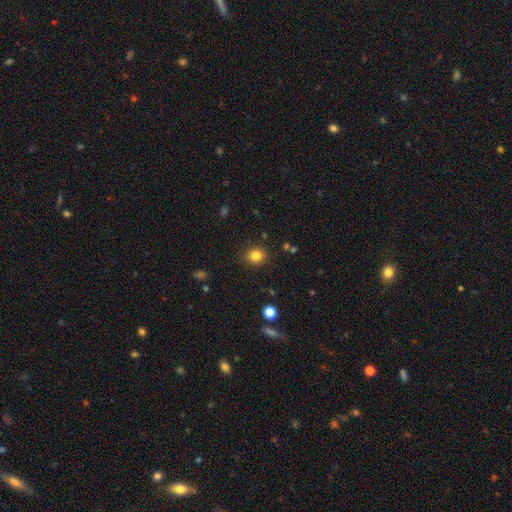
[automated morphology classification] The model was most divided on "how rounded": round: 82%, in between: 17%, cigar-shaped: 1%. More confident: merging — none (88%); smooth or featured — smooth (83%).